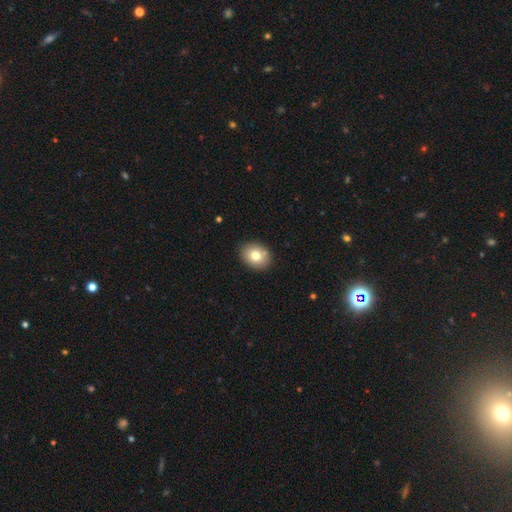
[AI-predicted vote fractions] smooth-or-featured: smooth: 78% | featured or disk: 14% | star or artifact: 9%
  how-rounded: in between: 58% | round: 42% | cigar-shaped: 1%
  merging: none: 86% | minor disturbance: 9% | merger: 2% | major disturbance: 2%